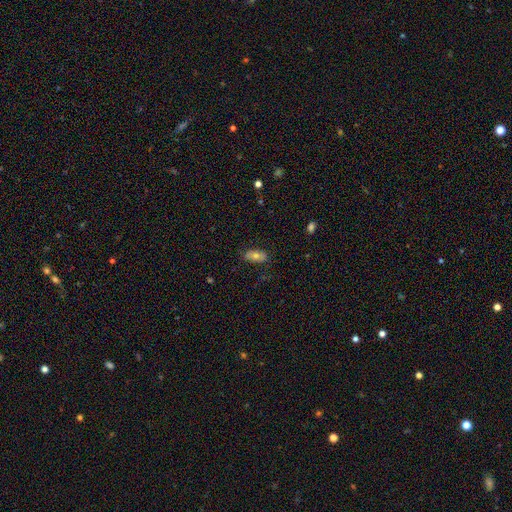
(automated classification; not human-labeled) Smooth or featured?
  - smooth: 61% *
  - featured or disk: 28%
  - star or artifact: 11%
How rounded?
  - in between: 88% *
  - cigar-shaped: 7%
  - round: 6%
Merging?
  - none: 77% *
  - minor disturbance: 17%
  - major disturbance: 5%
  - merger: 2%